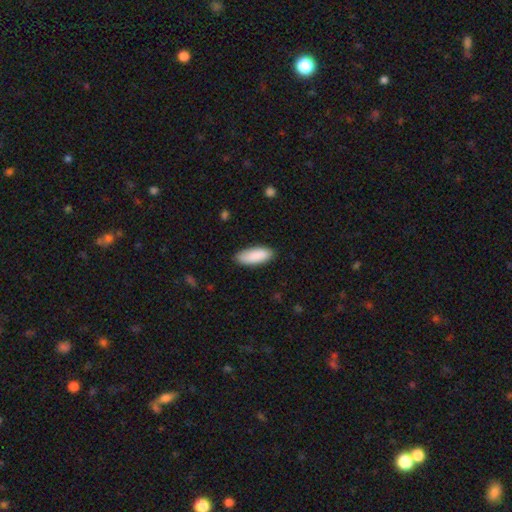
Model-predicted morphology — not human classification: type=smooth (90%); roundness=in between (74%); merging=none (86%).